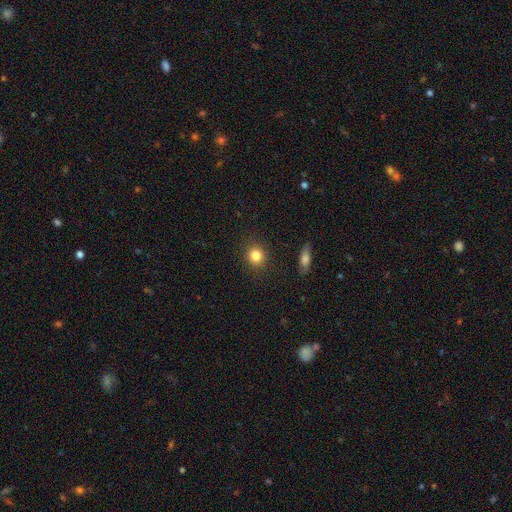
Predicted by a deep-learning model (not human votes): Smooth or featured: smooth — 84% (star or artifact — 10%)
How rounded: round — 84% (in between — 15%)
Merging: none — 89% (minor disturbance — 7%)